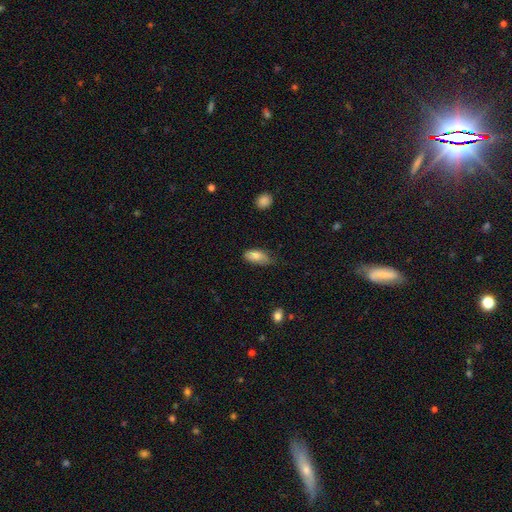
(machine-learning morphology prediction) smooth_or_featured: smooth (p=0.82) [alt: featured or disk p=0.11]
how_rounded: in between (p=0.89) [alt: cigar-shaped p=0.08]
merging: none (p=0.55) [alt: minor disturbance p=0.37]